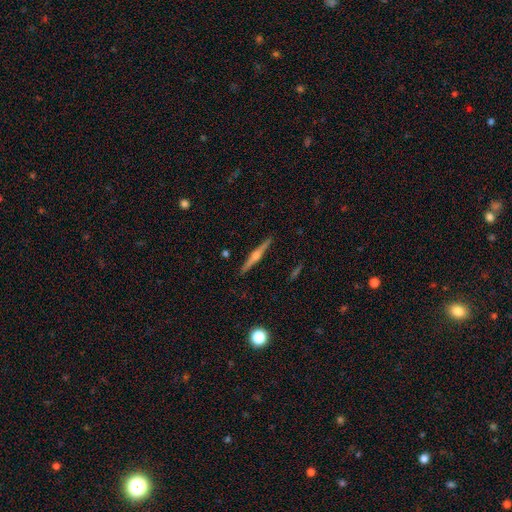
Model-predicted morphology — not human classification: A featured or disk galaxy (76%) viewed edge-on (98%) with a rounded central bulge (85%).

Vote fractions:
- Smooth or featured? featured or disk: 76% / smooth: 18% / star or artifact: 6%
- Edge-on disk? yes: 98% / no: 2%
- Edge-on bulge? rounded: 85% / boxy: 9% / none: 6%
- Merging? none: 91% / minor disturbance: 6% / major disturbance: 1% / merger: 1%